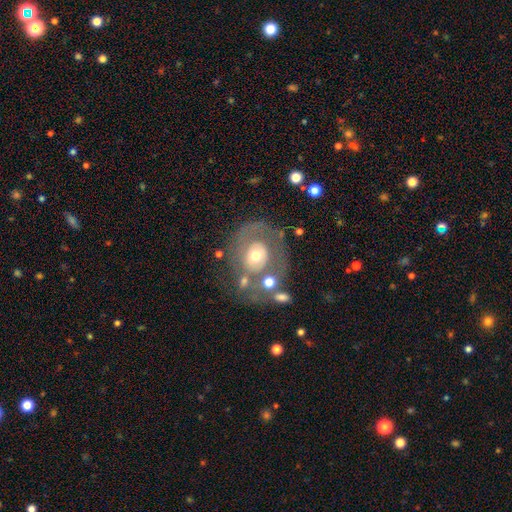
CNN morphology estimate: Smooth or featured: featured or disk — 60% (smooth — 32%)
Edge-on disk: no — 96% (yes — 4%)
Bar: no — 86% (weak — 11%)
Spiral arms: no — 58% (yes — 42%)
Bulge size: moderate — 67% (small — 19%)
Merging: none — 52% (major disturbance — 18%)